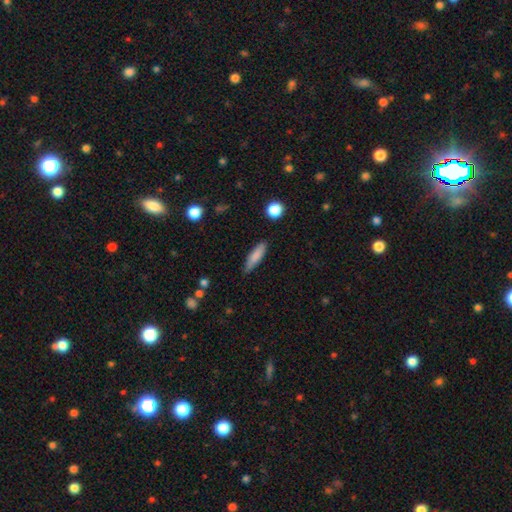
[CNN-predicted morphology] Smooth or featured? smooth (82%)
How rounded? cigar-shaped (65%)
Merging? none (79%)